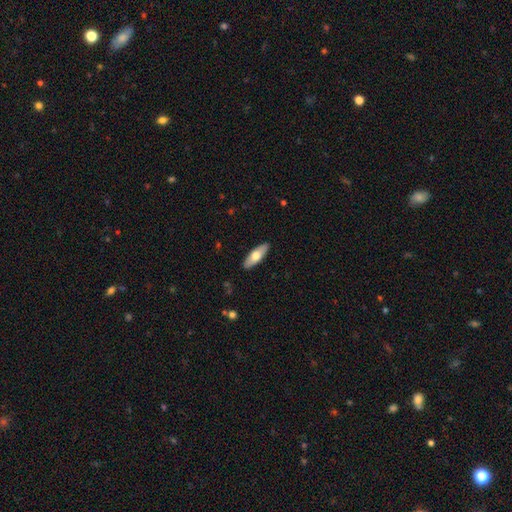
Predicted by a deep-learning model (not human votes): Q: Smooth or featured?
A: smooth (64%); runner-up: featured or disk (31%)
Q: How rounded?
A: in between (64%); runner-up: cigar-shaped (34%)
Q: Merging?
A: none (90%); runner-up: minor disturbance (8%)